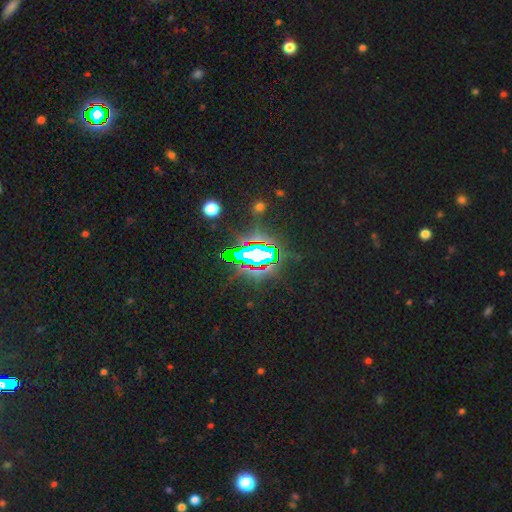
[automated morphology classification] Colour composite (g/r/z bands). It shows a star or artifact, not a galaxy (78%).